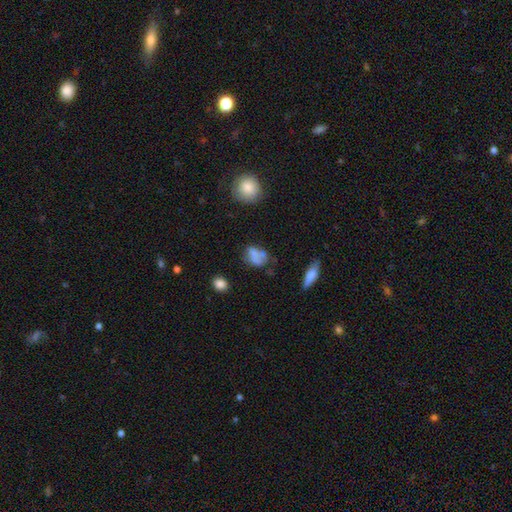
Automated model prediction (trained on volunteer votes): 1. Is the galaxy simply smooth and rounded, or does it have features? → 66% smooth, 23% featured or disk, 11% star or artifact.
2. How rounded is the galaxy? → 73% in between, 25% round, 3% cigar-shaped.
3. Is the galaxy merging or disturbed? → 42% none, 25% minor disturbance, 20% merger, 14% major disturbance.